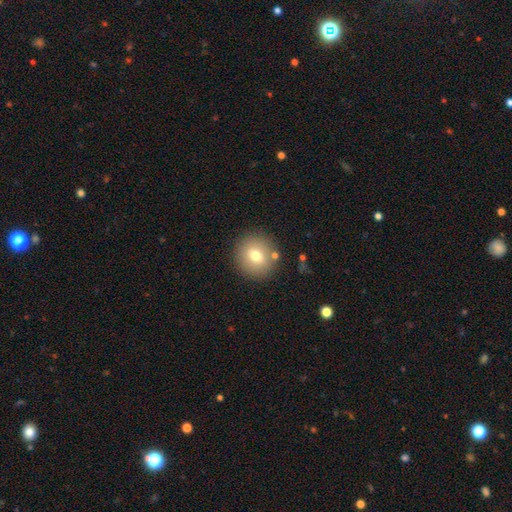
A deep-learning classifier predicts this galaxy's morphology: The model was most divided on "smooth or featured": smooth: 71%, featured or disk: 19%, star or artifact: 10%. More confident: how rounded — round (84%); merging — none (84%).